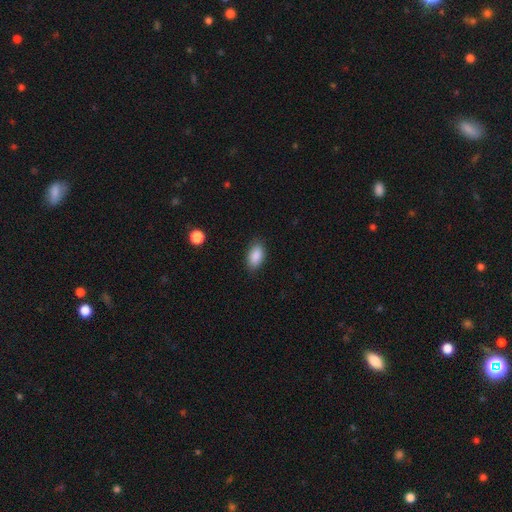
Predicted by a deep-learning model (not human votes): Smooth or featured: smooth — 89% (star or artifact — 7%)
How rounded: in between — 92% (round — 5%)
Merging: none — 85% (minor disturbance — 11%)